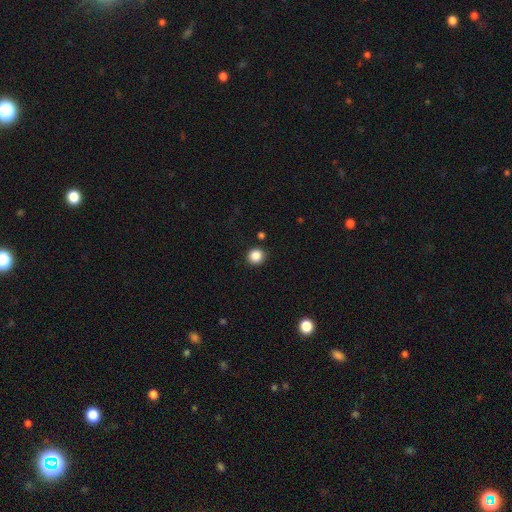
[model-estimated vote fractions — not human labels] Morphology: type=smooth (87%); roundness=round (92%); merging=none (90%).